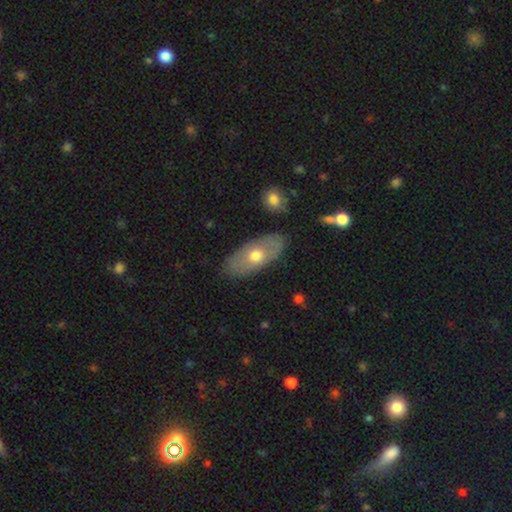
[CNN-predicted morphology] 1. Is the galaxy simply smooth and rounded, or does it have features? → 56% smooth, 39% featured or disk, 6% star or artifact.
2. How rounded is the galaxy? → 88% in between, 7% cigar-shaped, 4% round.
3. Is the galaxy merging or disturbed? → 82% none, 12% minor disturbance, 3% major disturbance, 2% merger.